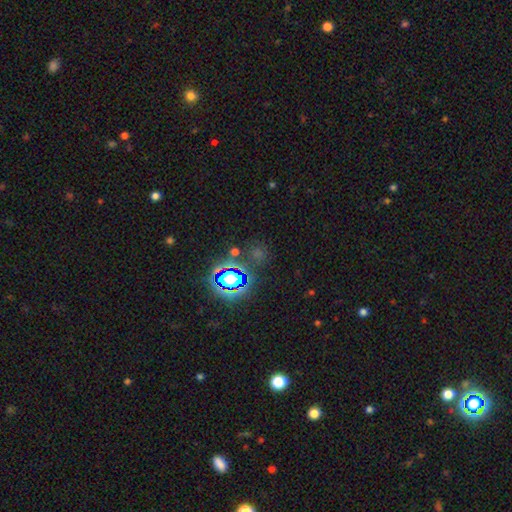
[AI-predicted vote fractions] smooth_or_featured: star or artifact (p=0.64) [alt: smooth p=0.28]